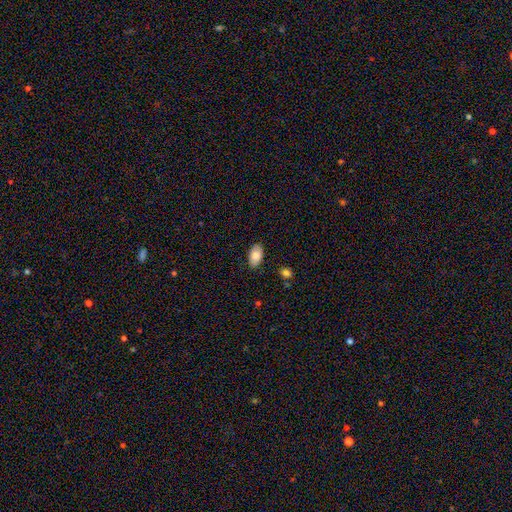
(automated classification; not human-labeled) The model was most divided on "smooth or featured": smooth: 84%, featured or disk: 10%, star or artifact: 7%. More confident: how rounded — in between (94%); merging — none (86%).